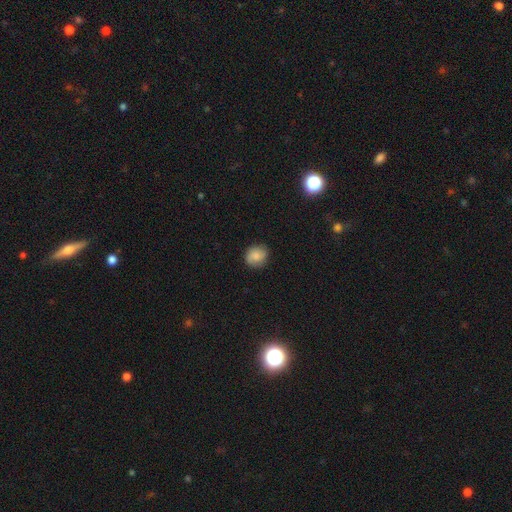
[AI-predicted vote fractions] Smooth or featured?
  - smooth: 77% *
  - featured or disk: 14%
  - star or artifact: 9%
How rounded?
  - round: 77% *
  - in between: 22%
  - cigar-shaped: 1%
Merging?
  - none: 83% *
  - minor disturbance: 13%
  - major disturbance: 3%
  - merger: 1%